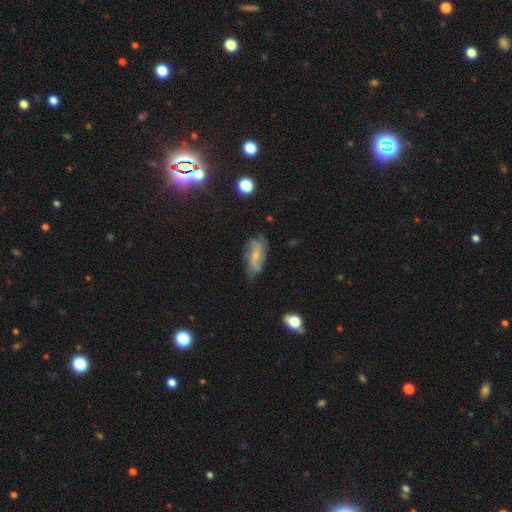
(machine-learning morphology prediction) smooth-or-featured: featured or disk: 62% | smooth: 29% | star or artifact: 9%
  disk-edge-on: no: 89% | yes: 11%
    bar: no: 55% | weak: 35% | strong: 10%
    has-spiral-arms: yes: 84% | no: 16%
    bulge-size: small: 66% | moderate: 24% | none: 7% | large: 1% | dominant: 1%
  merging: none: 64% | minor disturbance: 25% | major disturbance: 8% | merger: 2%